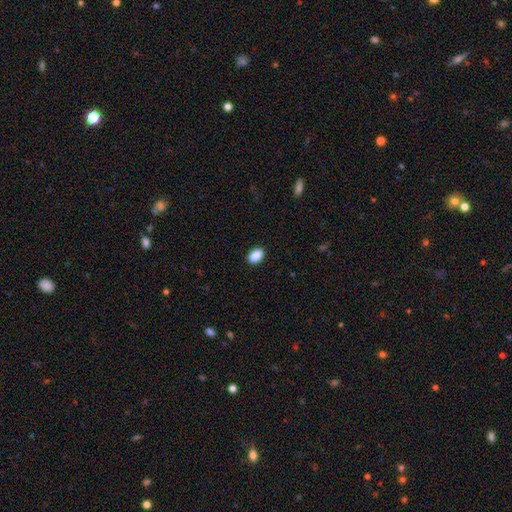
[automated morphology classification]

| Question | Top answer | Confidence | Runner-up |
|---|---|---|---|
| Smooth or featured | smooth | 90% | star or artifact (7%) |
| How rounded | in between | 90% | round (8%) |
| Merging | none | 89% | minor disturbance (8%) |